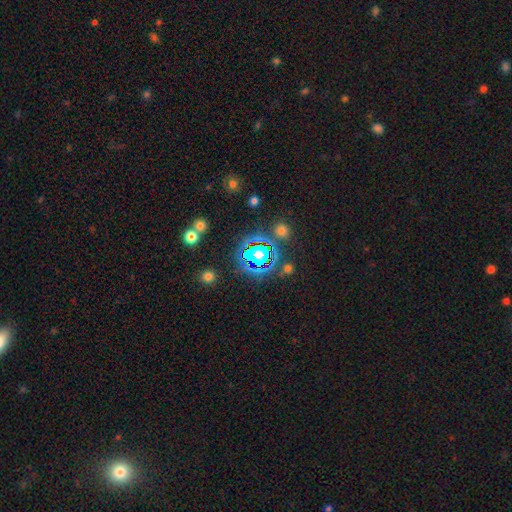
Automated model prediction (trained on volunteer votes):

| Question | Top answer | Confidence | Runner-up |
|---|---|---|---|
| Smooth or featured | star or artifact | 78% | smooth (14%) |